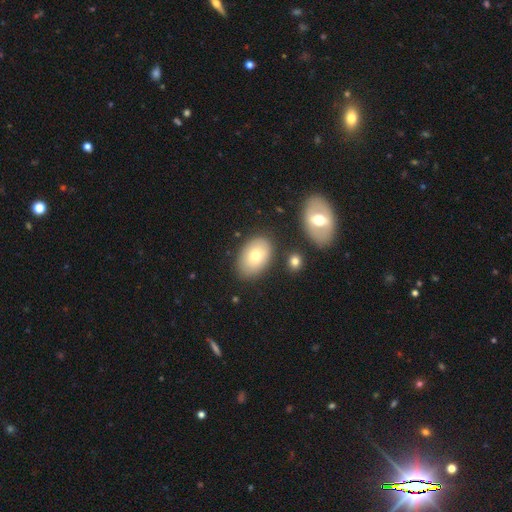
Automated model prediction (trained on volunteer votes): Smooth or featured? smooth (71%)
How rounded? in between (87%)
Merging? none (78%)